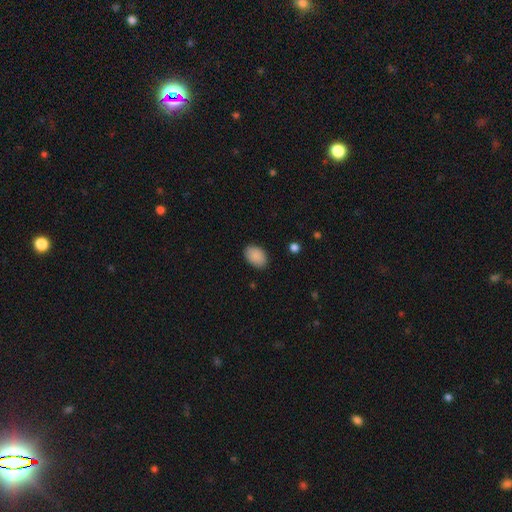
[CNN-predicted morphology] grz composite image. It shows a smooth galaxy with no disk features (90%) that is in between round and cigar-shaped (85%). Merging: none (87%).